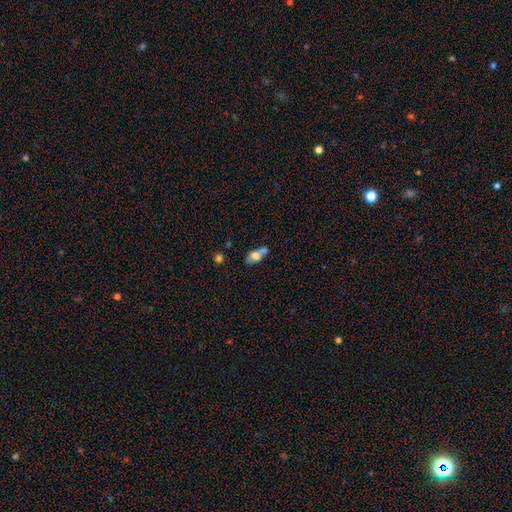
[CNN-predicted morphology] This appears to be a smooth galaxy with no disk features (65%) that is in between round and cigar-shaped (81%). Merging: none (40%).